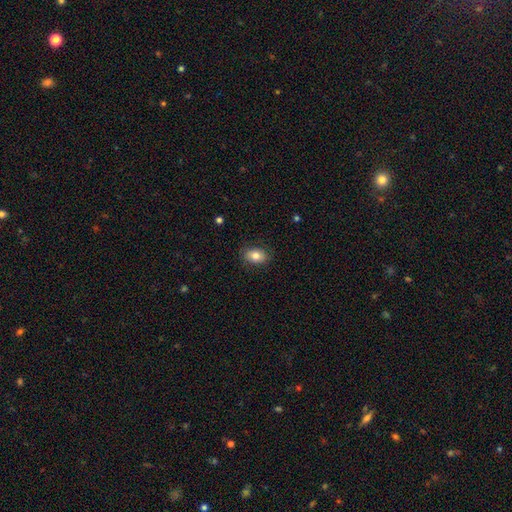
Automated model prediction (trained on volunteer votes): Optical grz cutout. It shows a smooth galaxy with no disk features (81%) that is in between round and cigar-shaped (81%). Merging: none (85%).